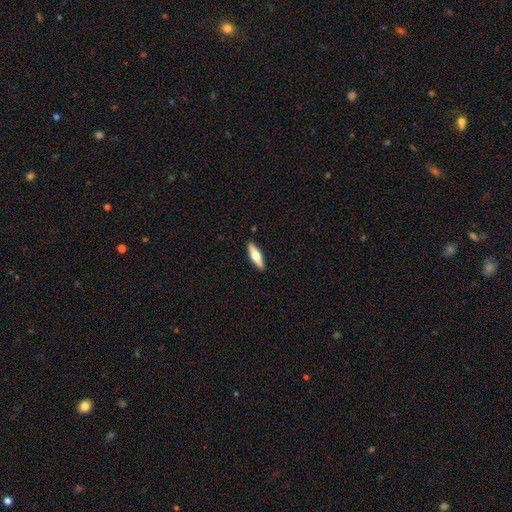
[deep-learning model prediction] featured or disk 50%, smooth 45%, star or artifact 5%. Down the decision tree: merging — none (91%).